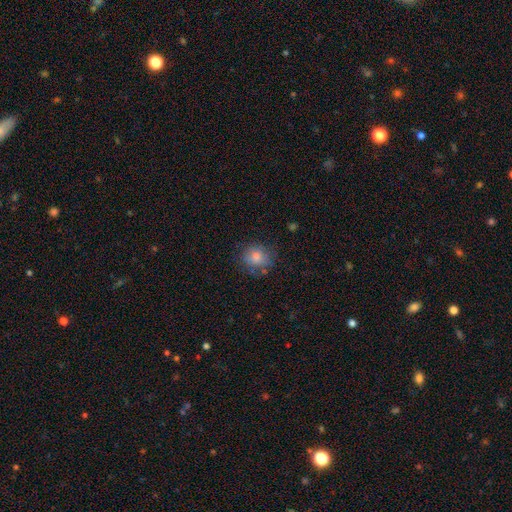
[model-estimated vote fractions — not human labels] This is likely a smooth galaxy (71%). How rounded: clearly round (80%). Merging: likely none (79%).